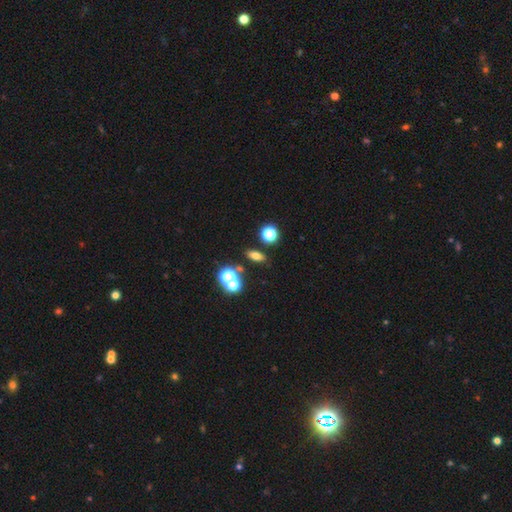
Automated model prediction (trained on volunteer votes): This is likely a smooth galaxy (60%). How rounded: possibly in between (59%). Merging: likely none (79%).